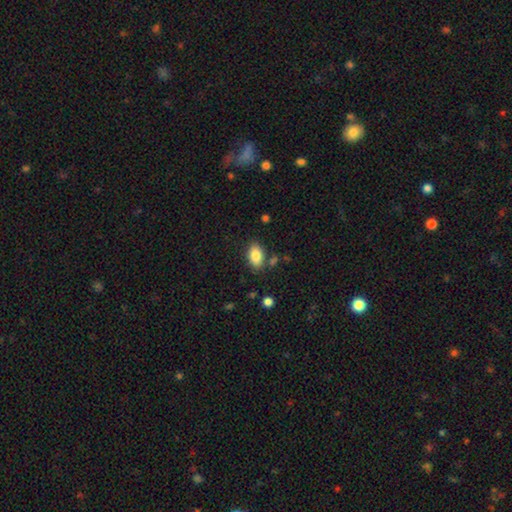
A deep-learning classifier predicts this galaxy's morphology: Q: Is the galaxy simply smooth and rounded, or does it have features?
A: smooth — 84%.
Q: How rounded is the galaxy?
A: in between — 91%.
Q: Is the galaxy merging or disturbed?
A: none — 79%.